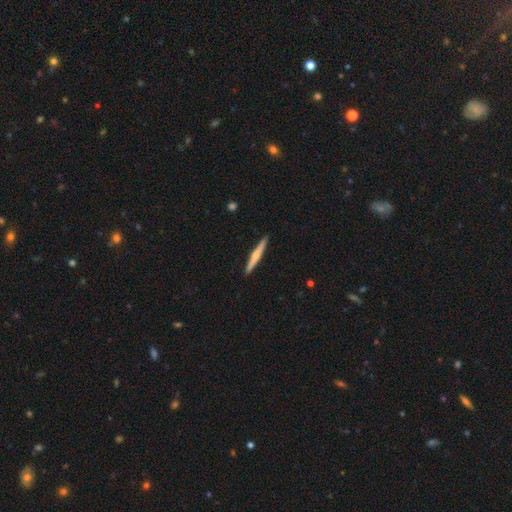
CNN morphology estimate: Smooth or featured?
  - featured or disk: 61% *
  - smooth: 34%
  - star or artifact: 5%
Edge-on disk?
  - yes: 98% *
  - no: 2%
Edge-on bulge?
  - rounded: 81% *
  - none: 14%
  - boxy: 5%
Merging?
  - none: 93% *
  - minor disturbance: 5%
  - major disturbance: 1%
  - merger: 1%